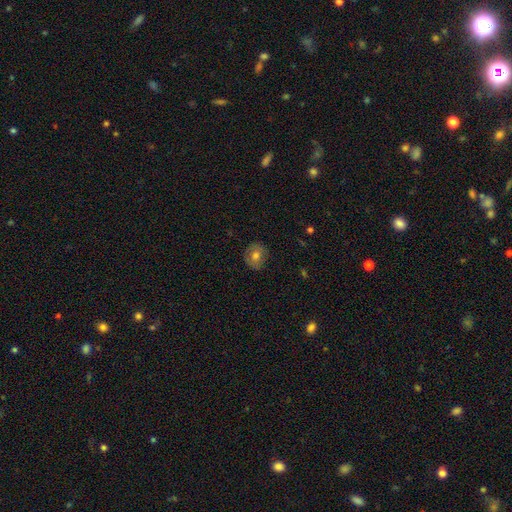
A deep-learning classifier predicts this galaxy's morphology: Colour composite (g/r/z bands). It shows a smooth galaxy with no disk features (68%) that is round (78%). Merging: none (83%).